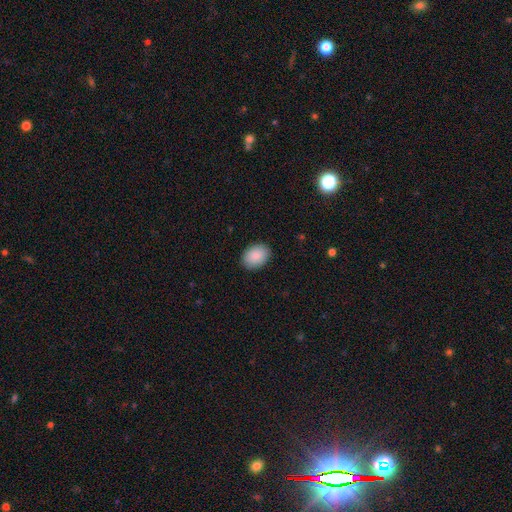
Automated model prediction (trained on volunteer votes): Smooth or featured: smooth — 90% (star or artifact — 7%)
How rounded: in between — 76% (round — 23%)
Merging: none — 89% (minor disturbance — 8%)